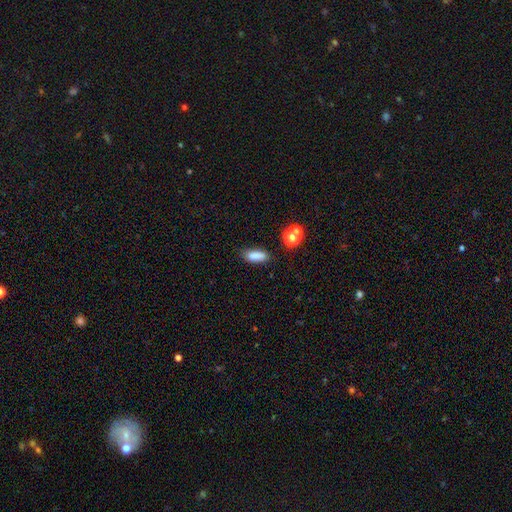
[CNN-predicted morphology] Smooth or featured? Predicted: smooth (p=0.83). How rounded? Predicted: in between (p=0.68). Merging? Predicted: none (p=0.75).